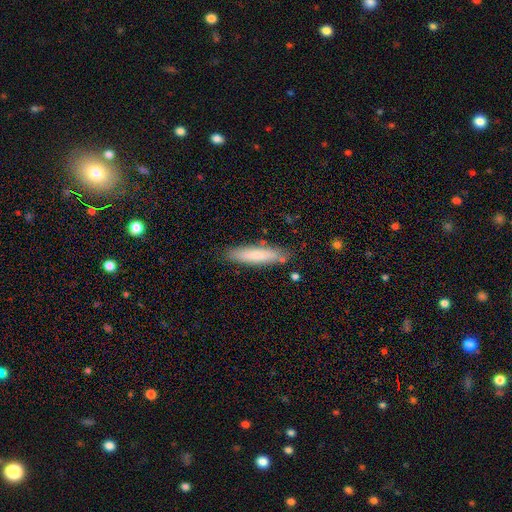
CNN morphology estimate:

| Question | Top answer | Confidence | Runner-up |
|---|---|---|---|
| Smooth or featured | smooth | 76% | featured or disk (19%) |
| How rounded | cigar-shaped | 80% | in between (19%) |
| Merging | none | 83% | minor disturbance (12%) |